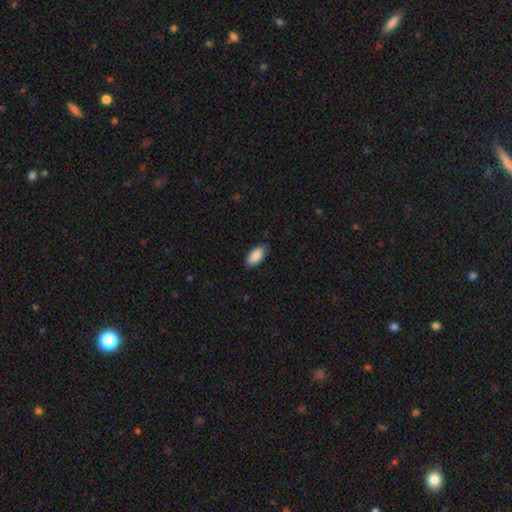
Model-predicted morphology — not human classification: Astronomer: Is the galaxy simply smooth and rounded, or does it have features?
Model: smooth — 90%.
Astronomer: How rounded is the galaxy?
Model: in between — 93%.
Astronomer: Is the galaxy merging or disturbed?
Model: none — 85%.